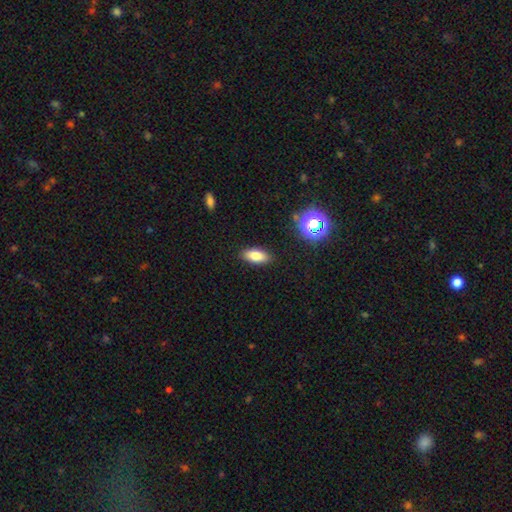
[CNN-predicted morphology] smooth-or-featured: smooth: 81% | star or artifact: 10% | featured or disk: 9%
  how-rounded: in between: 85% | cigar-shaped: 11% | round: 4%
  merging: none: 88% | minor disturbance: 8% | major disturbance: 2% | merger: 1%